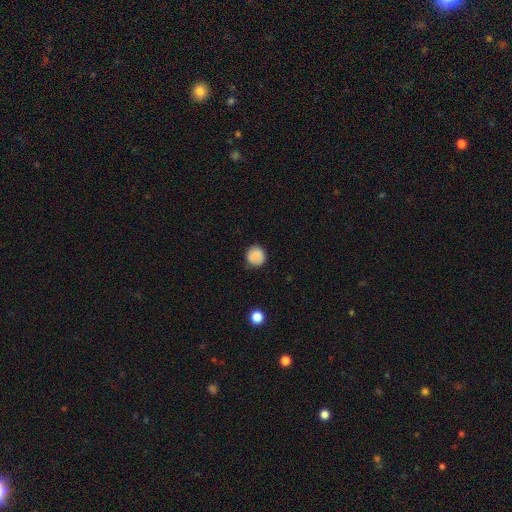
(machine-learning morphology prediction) smooth-or-featured: smooth: 84% | star or artifact: 9% | featured or disk: 8%
  how-rounded: round: 90% | in between: 9% | cigar-shaped: 1%
  merging: none: 82% | minor disturbance: 14% | major disturbance: 3% | merger: 1%